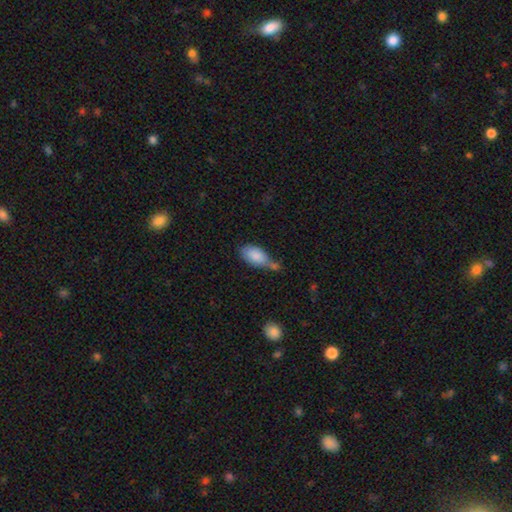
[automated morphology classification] Smooth or featured?
  - smooth: 84% *
  - featured or disk: 9%
  - star or artifact: 7%
How rounded?
  - in between: 92% *
  - cigar-shaped: 4%
  - round: 4%
Merging?
  - none: 35% *
  - merger: 28%
  - minor disturbance: 27%
  - major disturbance: 10%